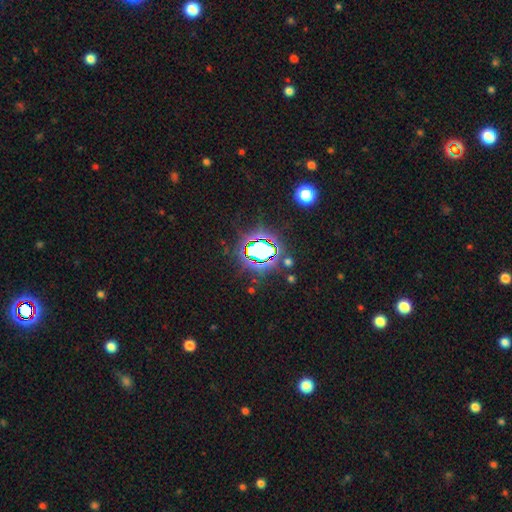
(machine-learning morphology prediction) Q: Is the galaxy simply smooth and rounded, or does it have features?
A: star or artifact — 69%.